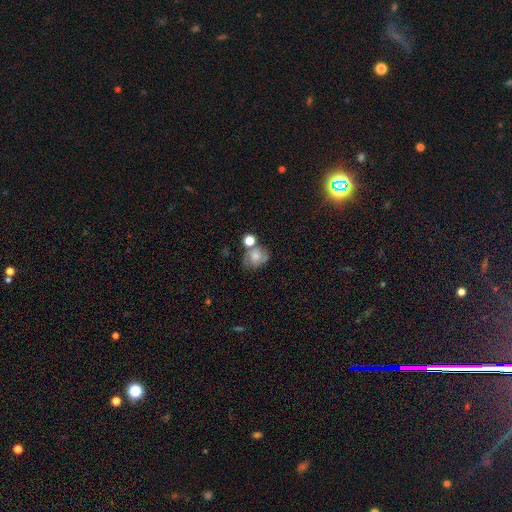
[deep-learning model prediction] The model was most divided on "smooth or featured": smooth: 53%, featured or disk: 36%, star or artifact: 11%. Remaining: how rounded — round (58%); merging — none (46%).